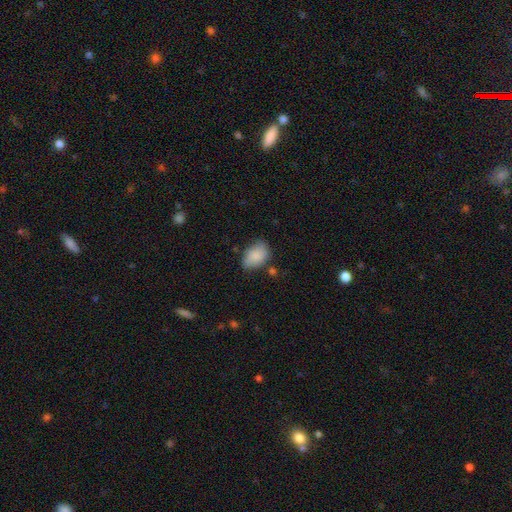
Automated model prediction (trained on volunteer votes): A smooth galaxy with no disk features (85%) that is in between round and cigar-shaped (86%).

Vote fractions:
- Smooth or featured? smooth: 85% / featured or disk: 8% / star or artifact: 7%
- How rounded? in between: 86% / round: 13% / cigar-shaped: 1%
- Merging? none: 62% / minor disturbance: 27% / major disturbance: 6% / merger: 4%